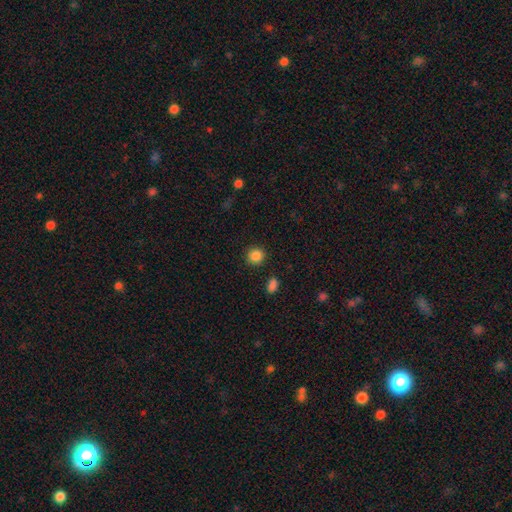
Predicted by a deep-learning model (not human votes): Q: Smooth or featured?
A: smooth (87%); runner-up: star or artifact (10%)
Q: How rounded?
A: round (92%); runner-up: in between (7%)
Q: Merging?
A: none (90%); runner-up: minor disturbance (5%)